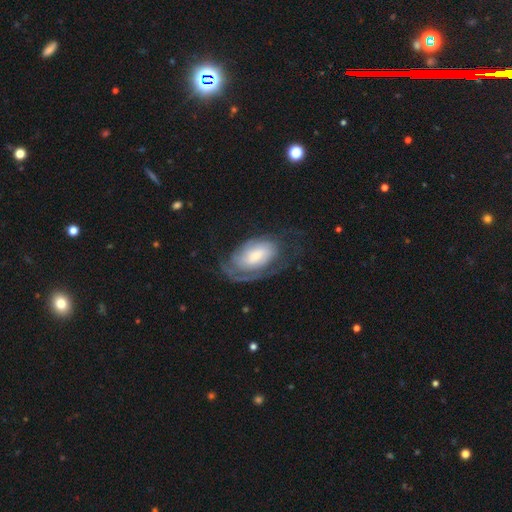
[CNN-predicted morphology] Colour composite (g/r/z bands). It shows a featured or disk galaxy (70%) with no bar (58%), 2 (37%) tight (48%) spiral arms (87%) and a moderate central bulge (34%). Merging: none (49%).